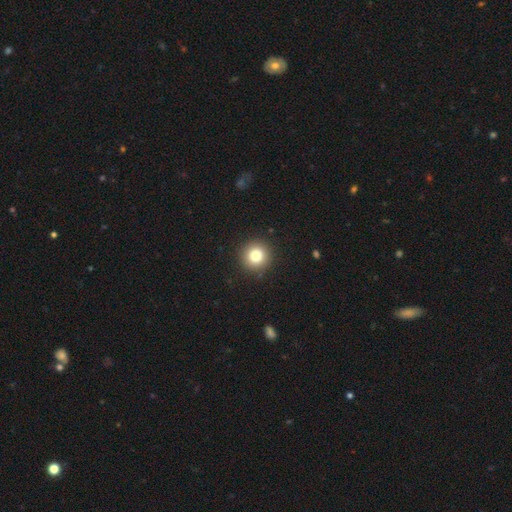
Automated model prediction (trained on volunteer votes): This is clearly a smooth galaxy (83%). How rounded: clearly round (94%). Merging: clearly none (91%).